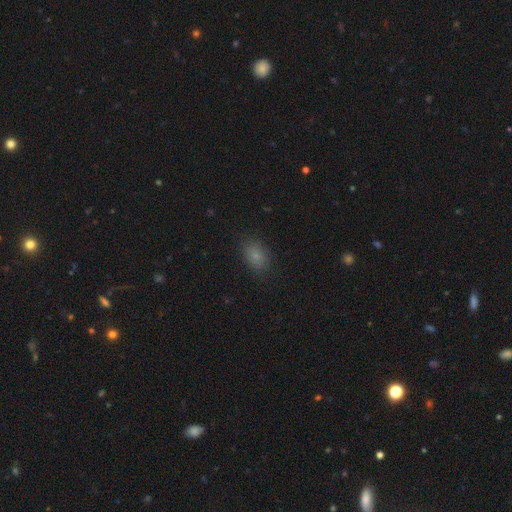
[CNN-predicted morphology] smooth-or-featured: smooth: 79% | star or artifact: 13% | featured or disk: 9%
  how-rounded: in between: 80% | round: 19% | cigar-shaped: 2%
  merging: none: 83% | minor disturbance: 13% | major disturbance: 4% | merger: 1%